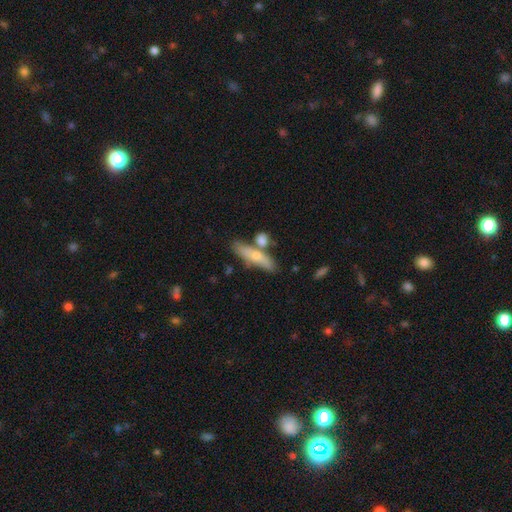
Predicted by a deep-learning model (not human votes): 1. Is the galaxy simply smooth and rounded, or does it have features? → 60% smooth, 34% featured or disk, 6% star or artifact.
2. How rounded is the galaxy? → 68% cigar-shaped, 28% in between, 4% round.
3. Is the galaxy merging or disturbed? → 57% none, 22% merger, 16% minor disturbance, 5% major disturbance.